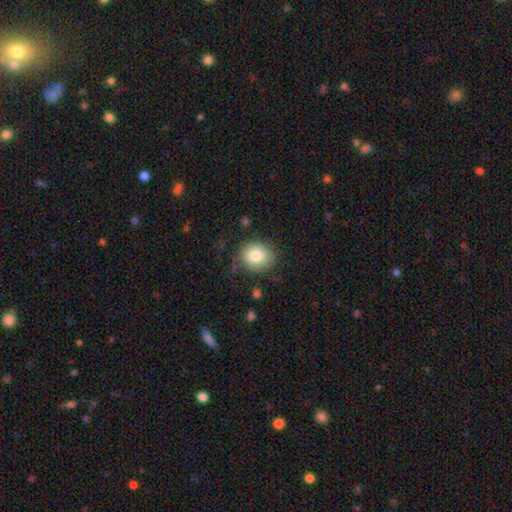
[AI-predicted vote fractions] Morphology: type=smooth (80%); roundness=round (73%); merging=none (77%).